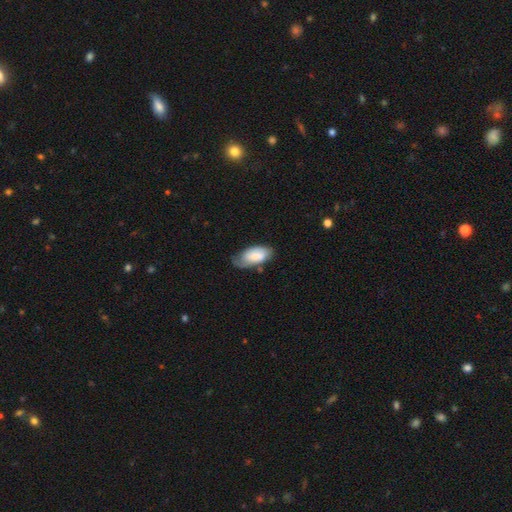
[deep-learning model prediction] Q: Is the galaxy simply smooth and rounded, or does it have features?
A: smooth — 61%.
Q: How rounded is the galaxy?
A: in between — 93%.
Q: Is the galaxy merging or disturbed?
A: none — 54%.